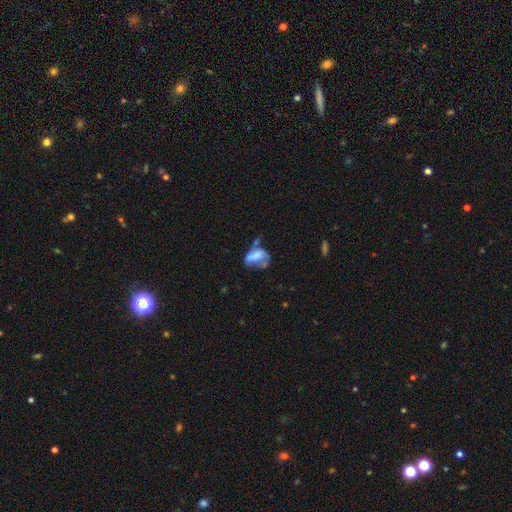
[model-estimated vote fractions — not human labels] smooth_or_featured: smooth (p=0.50) [alt: featured or disk p=0.39]
how_rounded: in between (p=0.81) [alt: round p=0.15]
merging: major disturbance (p=0.34) [alt: none p=0.24]